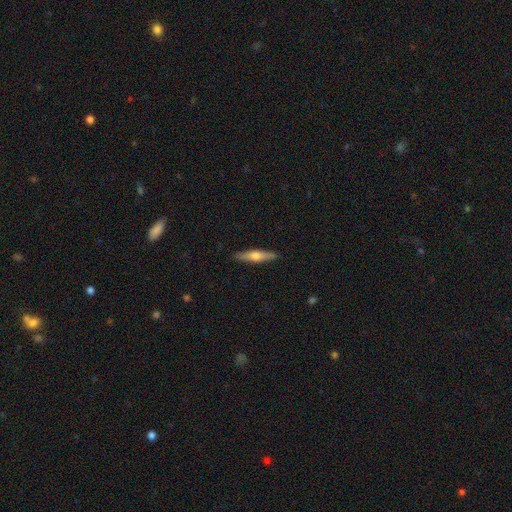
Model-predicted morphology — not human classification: Smooth or featured? Predicted: smooth (p=0.52). How rounded? Predicted: cigar-shaped (p=0.82). Merging? Predicted: none (p=0.90).